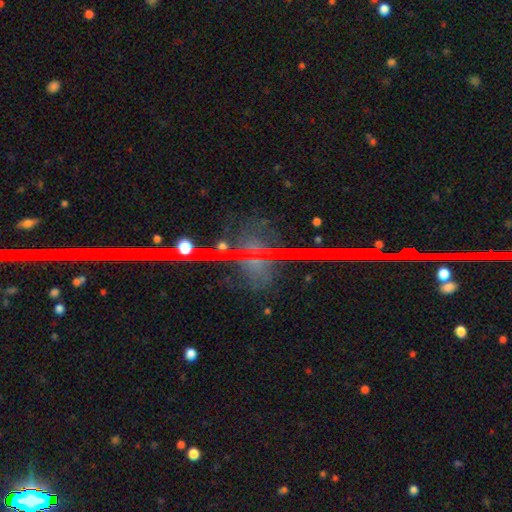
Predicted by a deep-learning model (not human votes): featured or disk 53%, star or artifact 39%, smooth 8%. Down the decision tree: edge-on disk — yes (84%); merging — none (73%).